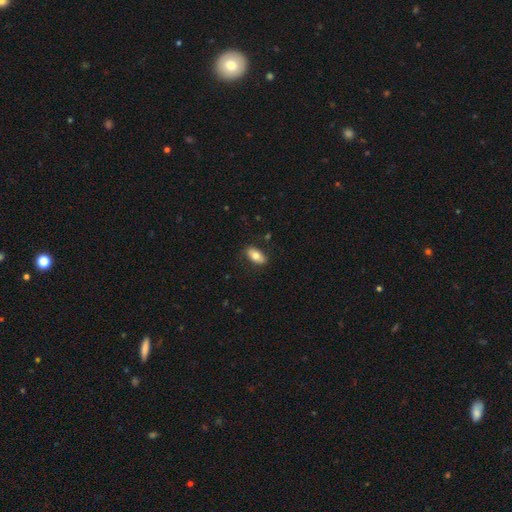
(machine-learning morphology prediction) Q: Smooth or featured?
A: smooth (75%); runner-up: featured or disk (19%)
Q: How rounded?
A: in between (91%); runner-up: cigar-shaped (5%)
Q: Merging?
A: none (85%); runner-up: minor disturbance (12%)